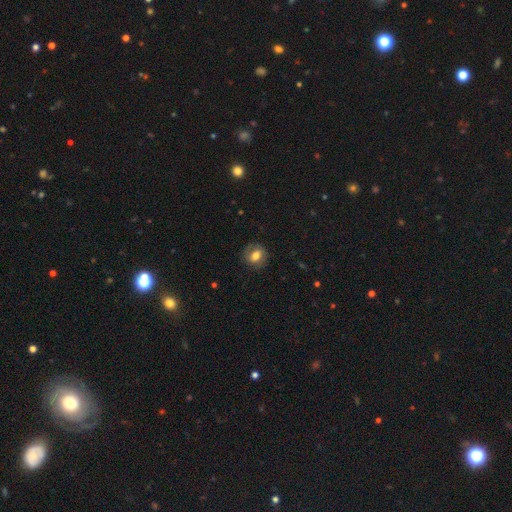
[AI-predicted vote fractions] Smooth or featured: smooth — 61% (featured or disk — 30%)
How rounded: round — 58% (in between — 41%)
Merging: none — 80% (minor disturbance — 14%)